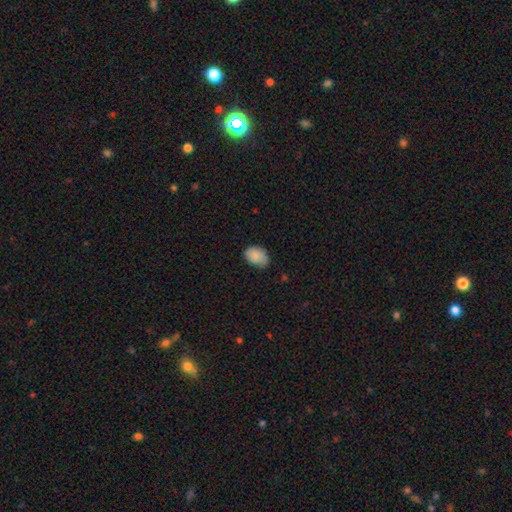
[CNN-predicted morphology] Overall: smooth (86%). How rounded: in between (79%). Merging: none (66%; minor disturbance 29%).